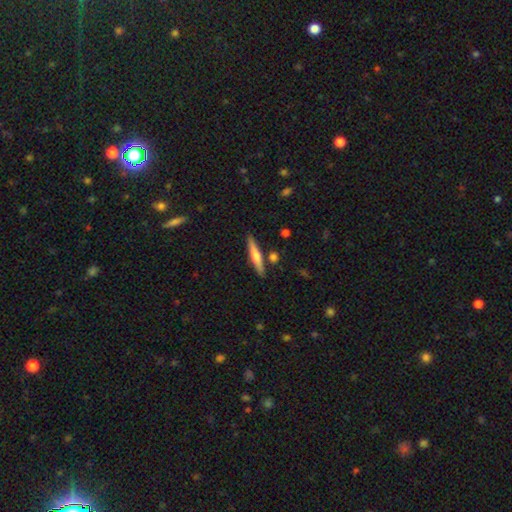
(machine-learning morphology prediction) This appears to be a smooth galaxy with no disk features (56%) that is cigar-shaped (89%). Merging: none (84%).